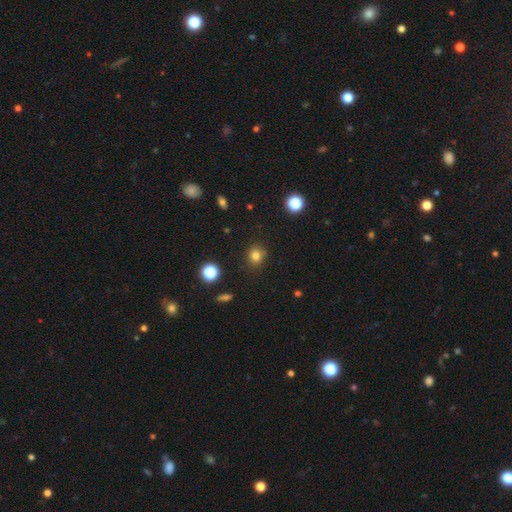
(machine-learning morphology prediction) A smooth galaxy with no disk features (80%) that is round (80%). Merging: none (85%).